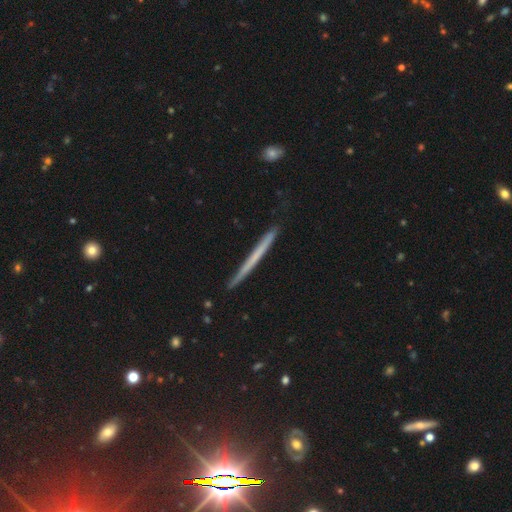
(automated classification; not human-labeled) Smooth or featured? Predicted: smooth (p=0.47, tied with featured or disk). Merging? Predicted: none (p=0.88).